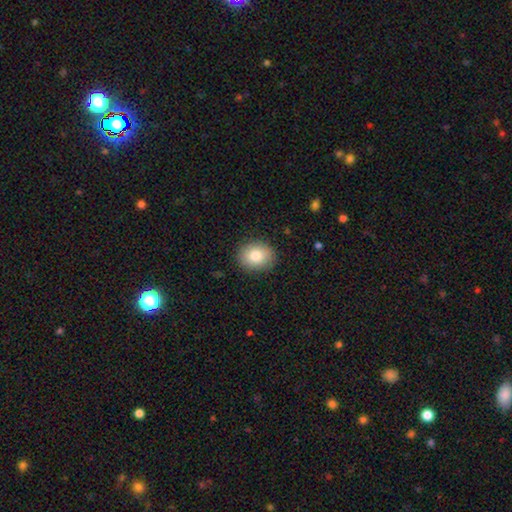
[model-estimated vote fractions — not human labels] A smooth galaxy with no disk features (83%) that is round (56%).

Vote fractions:
- Smooth or featured? smooth: 83% / featured or disk: 9% / star or artifact: 8%
- How rounded? round: 56% / in between: 43% / cigar-shaped: 1%
- Merging? none: 88% / minor disturbance: 9% / major disturbance: 2% / merger: 1%